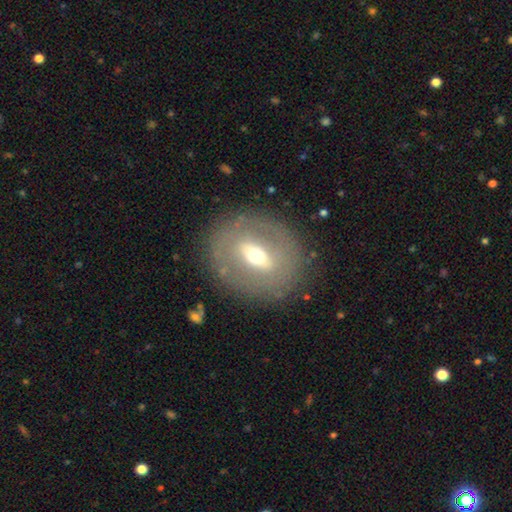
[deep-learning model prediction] A featured or disk galaxy (59%) with a strong bar (42%), no spiral arms (85%) and a moderate central bulge (61%).

Vote fractions:
- Smooth or featured? featured or disk: 59% / smooth: 32% / star or artifact: 8%
- Edge-on disk? no: 85% / yes: 15%
- Bar? strong: 42% / weak: 37% / no: 21%
- Spiral arms? no: 85% / yes: 15%
- Bulge size? moderate: 61% / small: 30% / large: 7% / dominant: 1% / none: 1%
- Merging? none: 82% / minor disturbance: 10% / major disturbance: 6% / merger: 1%